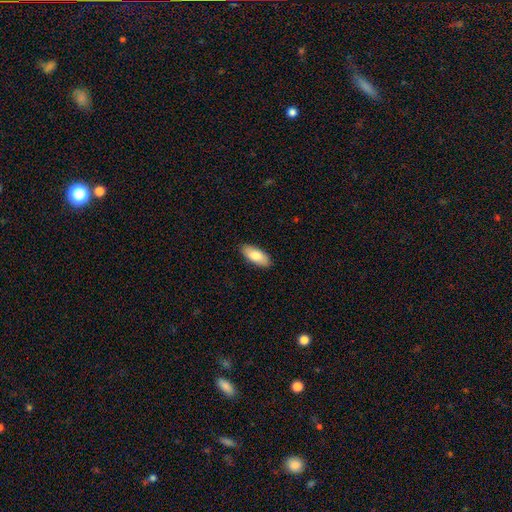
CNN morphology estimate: This appears to be a smooth galaxy with no disk features (83%) that is in between round and cigar-shaped (84%). Merging: none (89%).